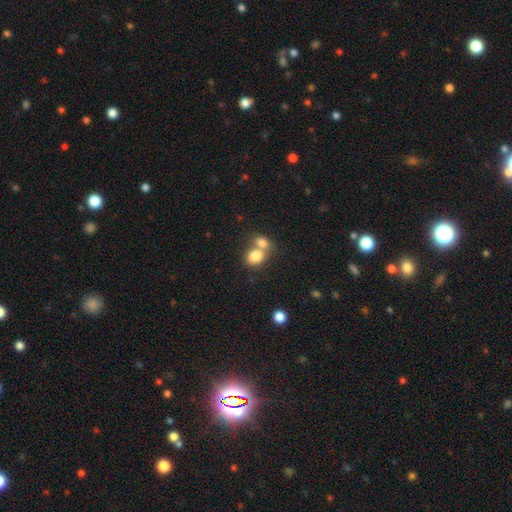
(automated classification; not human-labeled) Smooth or featured? Predicted: smooth (p=0.80). How rounded? Predicted: in between (p=0.52). Merging? Predicted: merger (p=0.60).